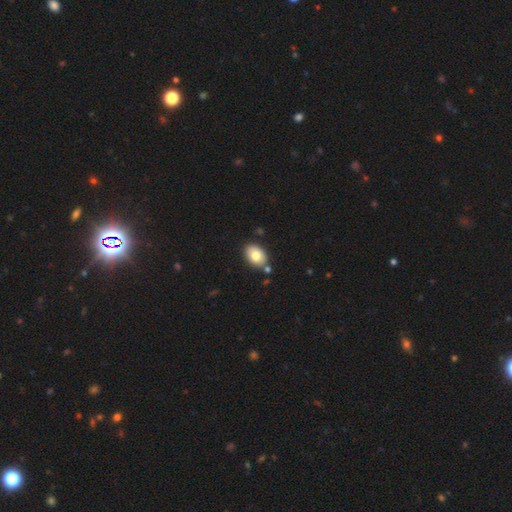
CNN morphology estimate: smooth 77%, featured or disk 16%, star or artifact 7%. Down the decision tree: how rounded — in between (81%); merging — none (79%).